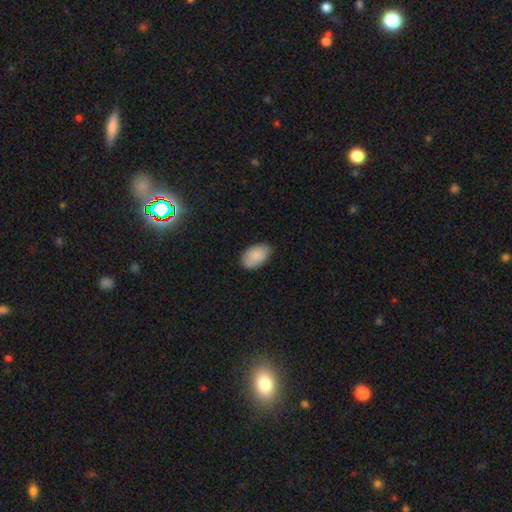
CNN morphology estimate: This appears to be a smooth galaxy with no disk features (87%) that is in between round and cigar-shaped (92%). Merging: none (75%).